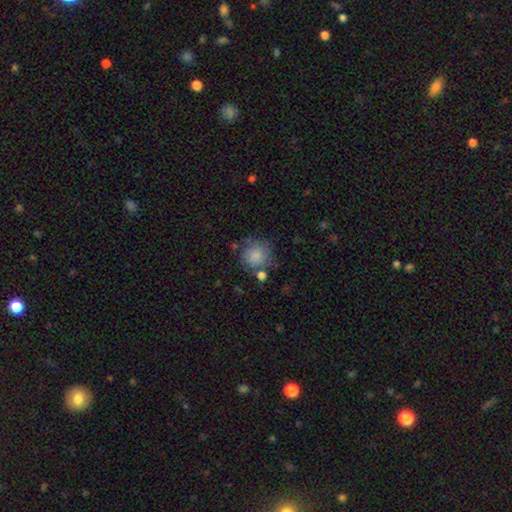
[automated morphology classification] The model was most divided on "merging": none: 64%, minor disturbance: 18%, merger: 10%, major disturbance: 8%. More confident: how rounded — round (90%); smooth or featured — smooth (80%).